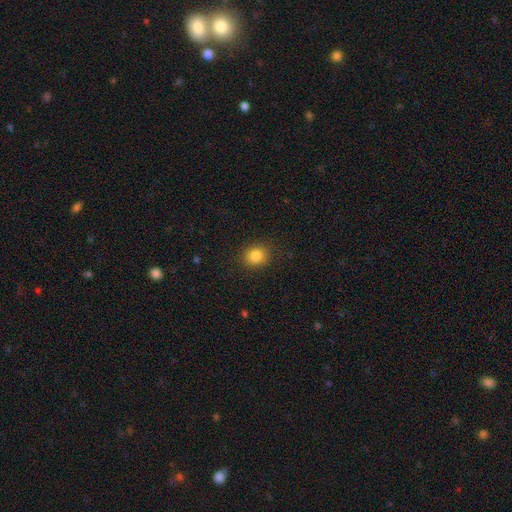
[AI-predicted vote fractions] smooth 84%, star or artifact 11%, featured or disk 5%. Down the decision tree: how rounded — round (71%); merging — none (89%).